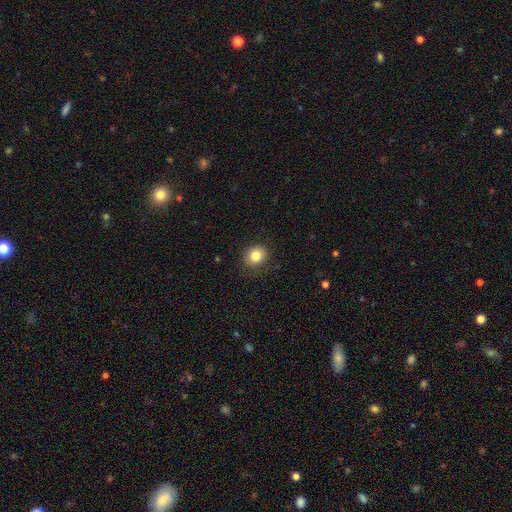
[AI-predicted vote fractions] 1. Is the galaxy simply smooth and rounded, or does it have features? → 83% smooth, 10% star or artifact, 7% featured or disk.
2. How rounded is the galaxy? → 64% round, 35% in between, 1% cigar-shaped.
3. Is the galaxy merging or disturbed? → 86% none, 10% minor disturbance, 3% major disturbance, 1% merger.